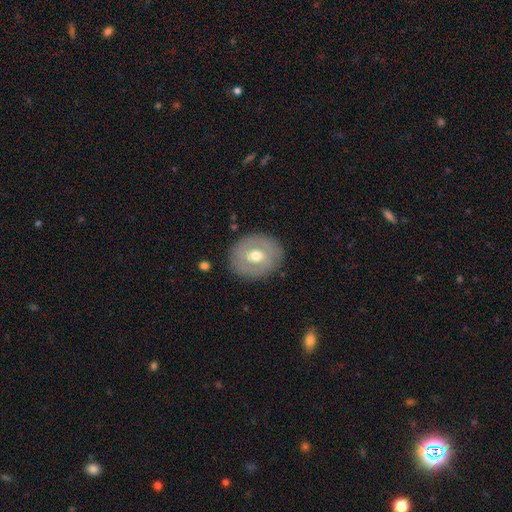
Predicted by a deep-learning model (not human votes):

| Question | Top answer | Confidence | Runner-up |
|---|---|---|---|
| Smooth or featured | featured or disk | 49% | smooth (45%) |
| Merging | none | 85% | minor disturbance (10%) |